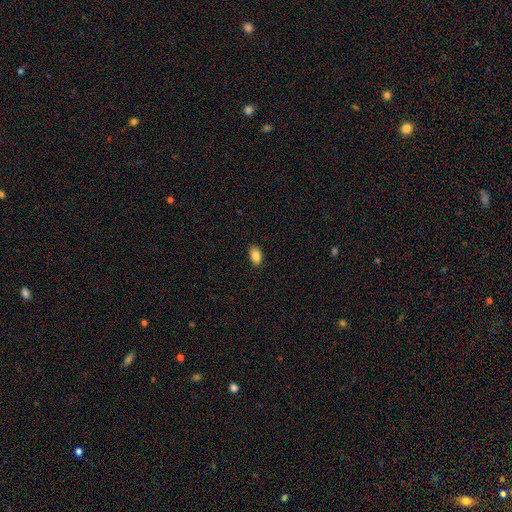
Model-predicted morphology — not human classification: A smooth galaxy with no disk features (87%) that is in between round and cigar-shaped (91%).

Vote fractions:
- Smooth or featured? smooth: 87% / star or artifact: 8% / featured or disk: 5%
- How rounded? in between: 91% / round: 7% / cigar-shaped: 2%
- Merging? none: 89% / minor disturbance: 9% / major disturbance: 2% / merger: 1%